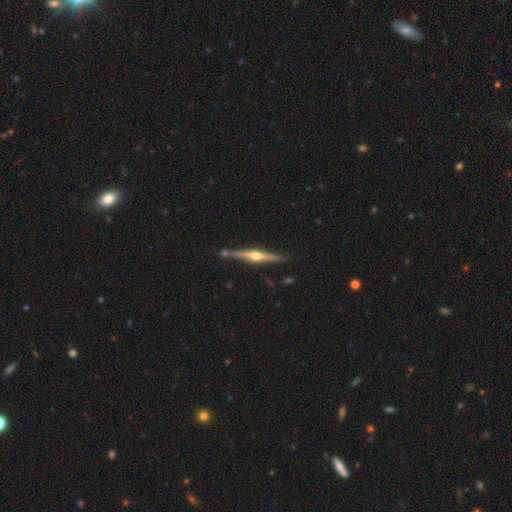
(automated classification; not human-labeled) Morphology: type=featured or disk (80%); edge-on=yes (98%); edge-on bulge=rounded (93%); merging=none (82%).